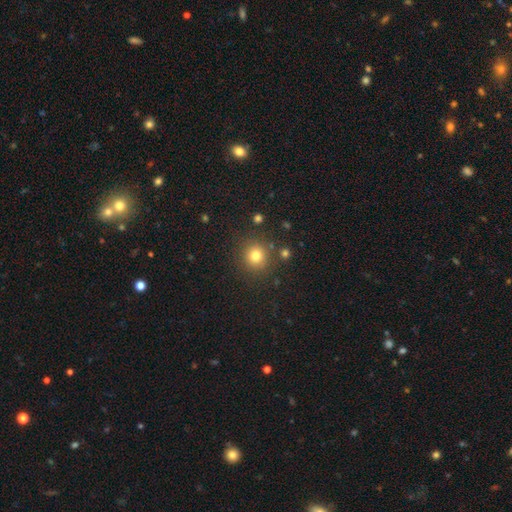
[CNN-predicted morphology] A smooth galaxy with no disk features (78%) that is round (93%).

Vote fractions:
- Smooth or featured? smooth: 78% / star or artifact: 15% / featured or disk: 7%
- How rounded? round: 93% / in between: 6% / cigar-shaped: 1%
- Merging? none: 86% / minor disturbance: 7% / merger: 3% / major disturbance: 3%